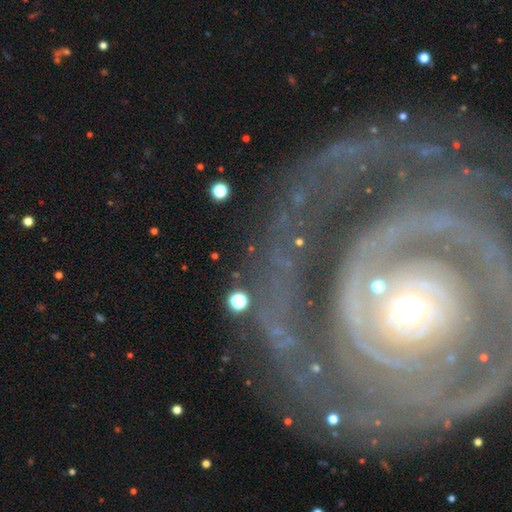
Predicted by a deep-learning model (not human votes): smooth-or-featured: featured or disk: 87% | star or artifact: 7% | smooth: 6%
  disk-edge-on: no: 97% | yes: 3%
    bar: no: 74% | weak: 14% | strong: 12%
    has-spiral-arms: yes: 93% | no: 7%
      spiral-winding: tight: 76% | medium: 18% | loose: 6%
      spiral-arm-count: 2: 29% | can't tell: 24% | 3: 16% | 4: 11% | more than 4: 10% | 1: 10%
    bulge-size: small: 46% | moderate: 44% | large: 6% | dominant: 2% | none: 1%
  merging: none: 66% | major disturbance: 15% | minor disturbance: 15% | merger: 3%